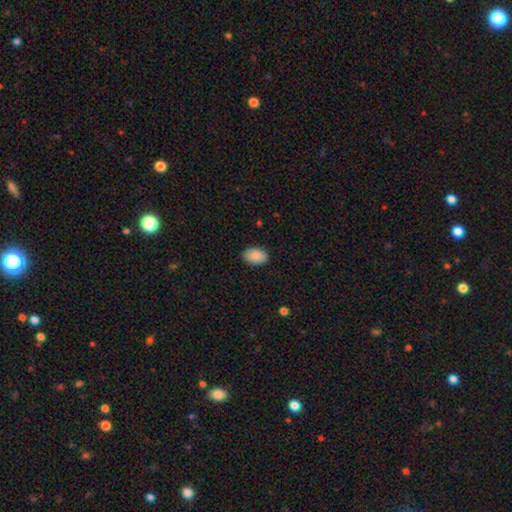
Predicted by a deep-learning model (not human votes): This is clearly a smooth galaxy (90%). How rounded: clearly in between (88%). Merging: clearly none (86%).